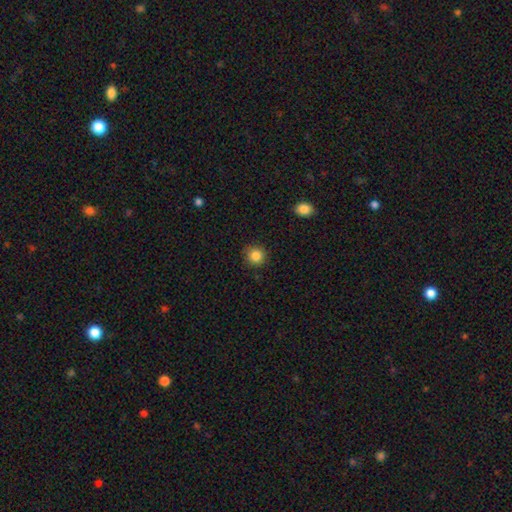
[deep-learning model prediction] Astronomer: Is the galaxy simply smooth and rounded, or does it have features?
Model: smooth — 85%.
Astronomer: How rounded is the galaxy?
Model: round — 91%.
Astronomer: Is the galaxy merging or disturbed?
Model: none — 89%.